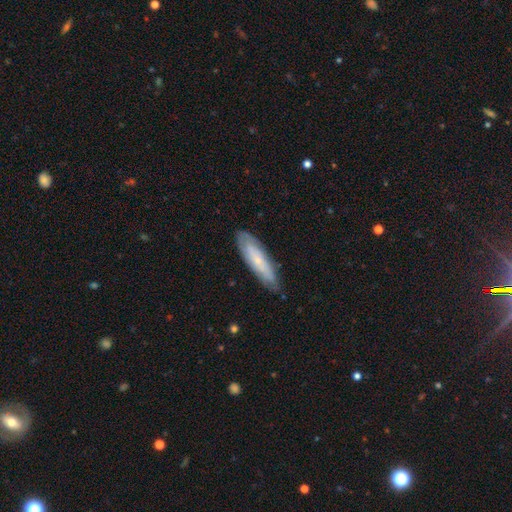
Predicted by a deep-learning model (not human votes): smooth-or-featured: smooth: 51% | featured or disk: 39% | star or artifact: 10%
  how-rounded: cigar-shaped: 73% | in between: 25% | round: 2%
  merging: none: 79% | minor disturbance: 16% | major disturbance: 3% | merger: 1%